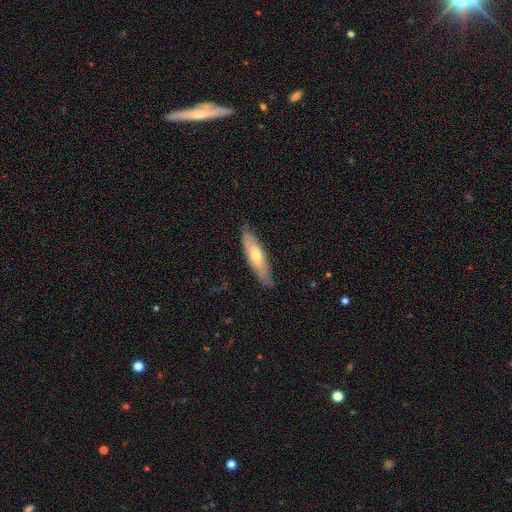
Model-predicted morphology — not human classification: featured or disk 49%, smooth 45%, star or artifact 6%. Down the decision tree: merging — none (82%).